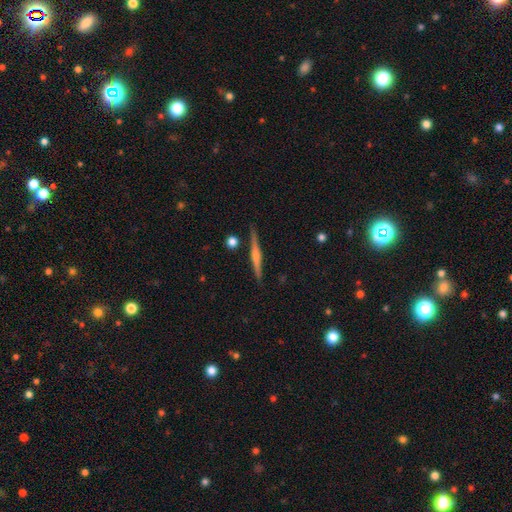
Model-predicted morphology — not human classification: The model was most divided on "edge-on bulge": rounded: 72%, none: 16%, boxy: 12%. More confident: edge-on disk — yes (98%); merging — none (91%); smooth or featured — featured or disk (76%).